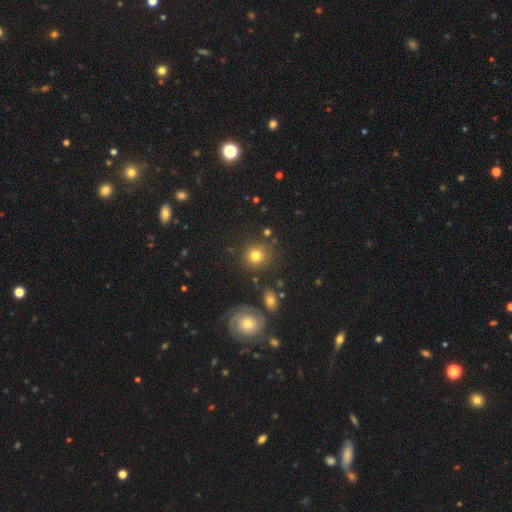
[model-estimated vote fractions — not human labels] A smooth galaxy with no disk features (76%) that is round (87%). Merging: none (77%).